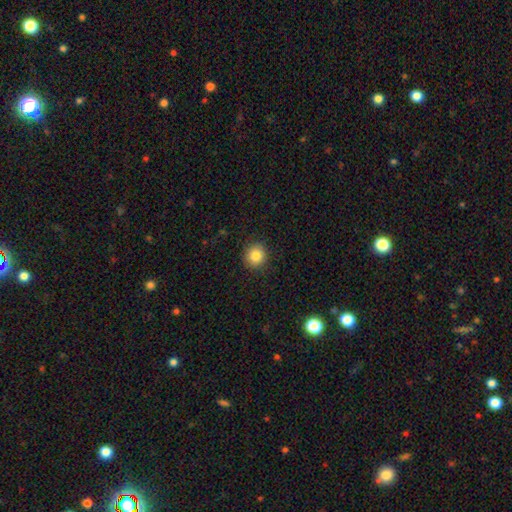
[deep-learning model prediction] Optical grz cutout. It shows a smooth galaxy with no disk features (84%) that is round (90%). Merging: none (91%).